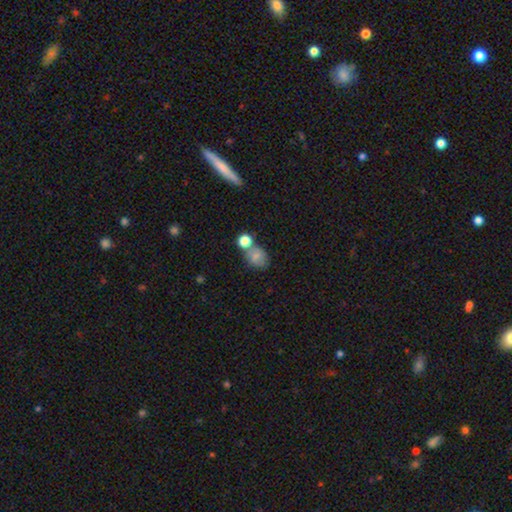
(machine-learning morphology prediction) type=smooth (72%); roundness=in between (55%); merging=none (47%).